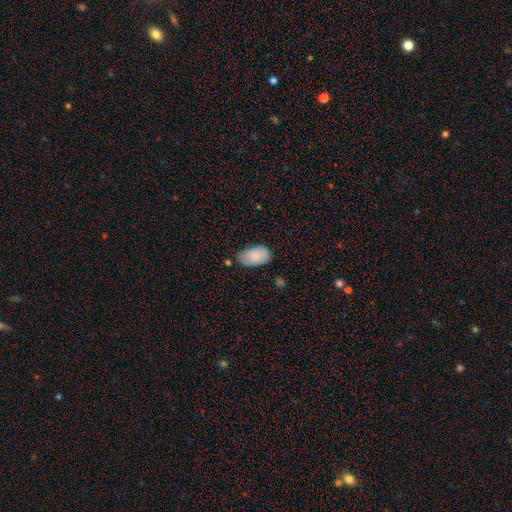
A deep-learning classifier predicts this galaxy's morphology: smooth-or-featured: smooth: 84% | featured or disk: 10% | star or artifact: 6%
  how-rounded: in between: 95% | round: 4% | cigar-shaped: 1%
  merging: none: 68% | minor disturbance: 24% | major disturbance: 4% | merger: 3%